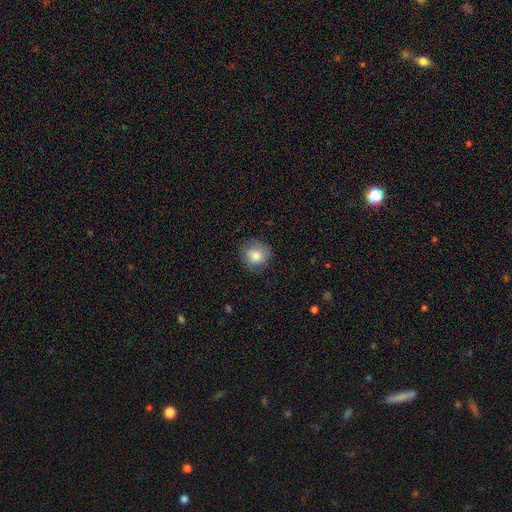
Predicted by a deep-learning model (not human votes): smooth_or_featured: smooth (p=0.81) [alt: featured or disk p=0.10]
how_rounded: round (p=0.86) [alt: in between p=0.13]
merging: none (p=0.79) [alt: minor disturbance p=0.16]